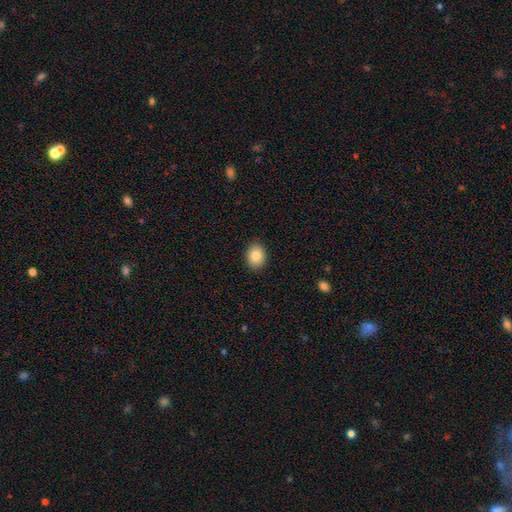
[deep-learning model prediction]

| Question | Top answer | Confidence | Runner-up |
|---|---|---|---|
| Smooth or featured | smooth | 85% | star or artifact (8%) |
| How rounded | in between | 57% | round (42%) |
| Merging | none | 90% | minor disturbance (7%) |